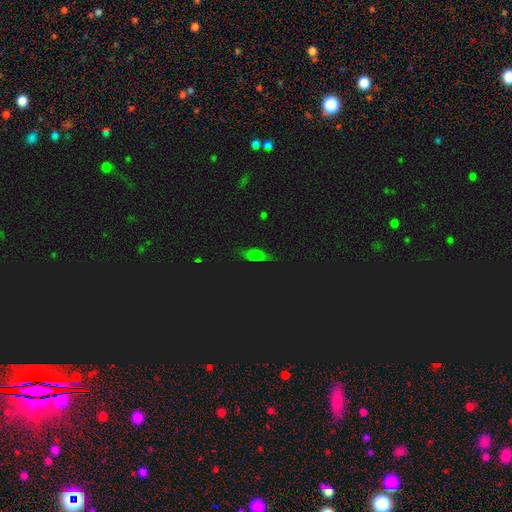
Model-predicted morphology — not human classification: smooth 51%, star or artifact 32%, featured or disk 17%. Down the decision tree: how rounded — in between (70%); merging — none (71%).